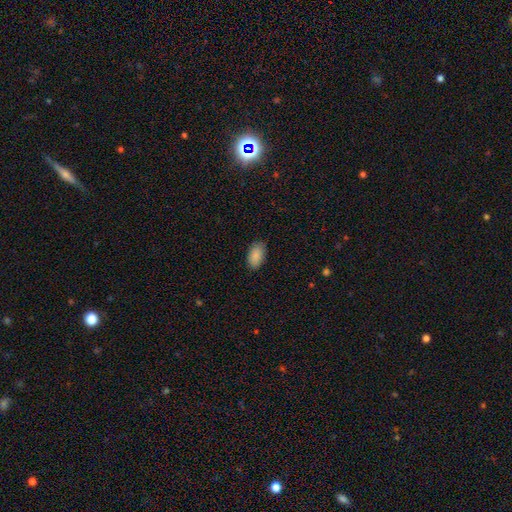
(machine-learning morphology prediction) Overall: smooth (89%). How rounded: in between (94%). Merging: none (86%).